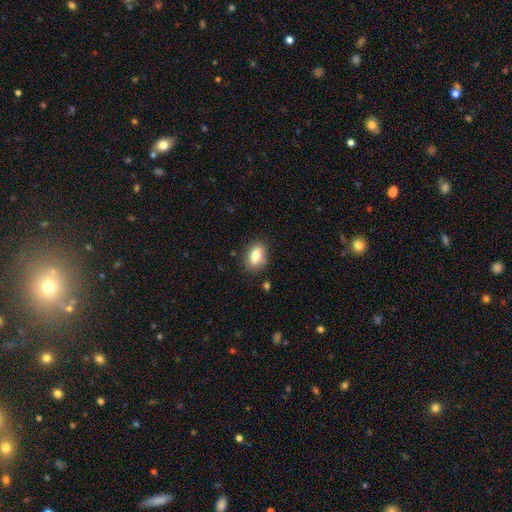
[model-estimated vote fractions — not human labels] Smooth or featured?
  - smooth: 80% *
  - featured or disk: 12%
  - star or artifact: 8%
How rounded?
  - in between: 87% *
  - round: 11%
  - cigar-shaped: 3%
Merging?
  - none: 82% *
  - minor disturbance: 13%
  - major disturbance: 3%
  - merger: 2%